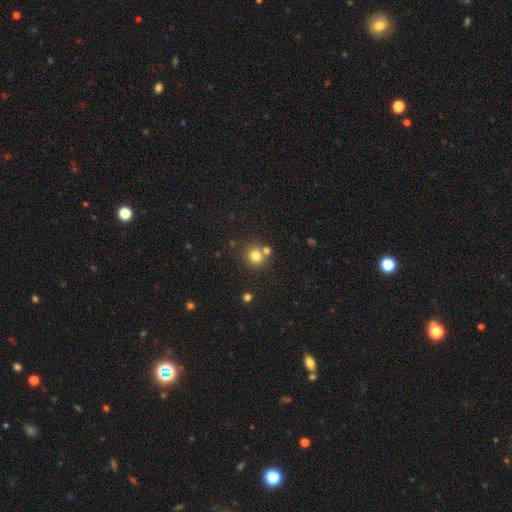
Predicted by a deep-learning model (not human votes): Smooth or featured? smooth (78%)
How rounded? round (91%)
Merging? none (68%)